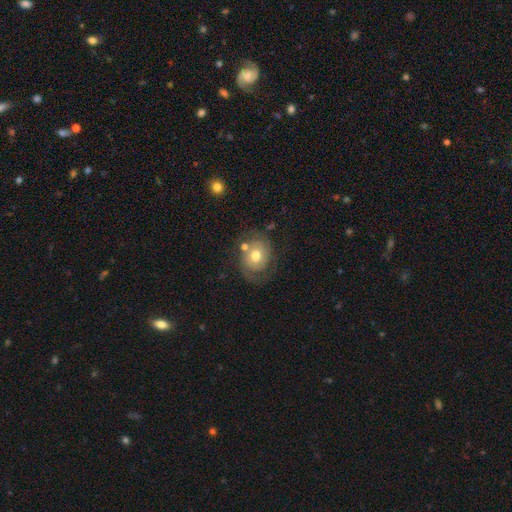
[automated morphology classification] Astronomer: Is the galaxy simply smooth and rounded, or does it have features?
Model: featured or disk — 55% (runner-up: smooth, 36%).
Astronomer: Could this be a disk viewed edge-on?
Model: no — 97%.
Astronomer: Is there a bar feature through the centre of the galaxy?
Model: no — 80%.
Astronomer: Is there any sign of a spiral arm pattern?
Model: yes — 77%.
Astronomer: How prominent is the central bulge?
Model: moderate — 73%.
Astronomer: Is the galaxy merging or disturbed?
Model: none — 59%.